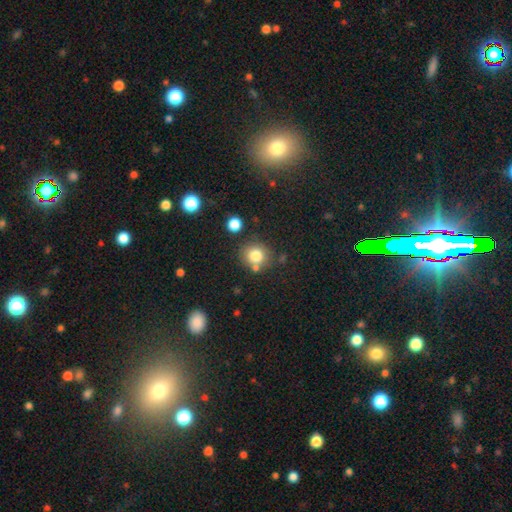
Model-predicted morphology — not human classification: smooth_or_featured: smooth (p=0.80) [alt: star or artifact p=0.12]
how_rounded: round (p=0.85) [alt: in between p=0.14]
merging: none (p=0.71) [alt: merger p=0.14]